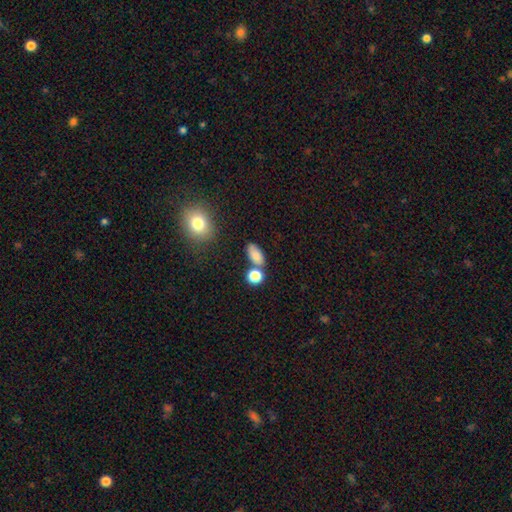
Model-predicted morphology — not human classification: Smooth or featured: smooth — 82% (star or artifact — 11%)
How rounded: in between — 85% (round — 11%)
Merging: none — 65% (merger — 16%)